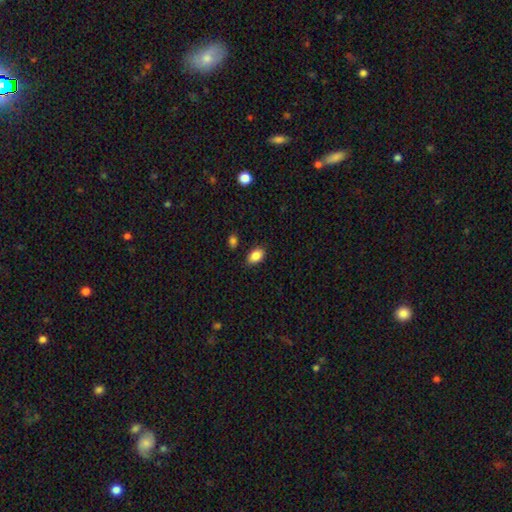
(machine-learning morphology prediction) Smooth or featured?
  - smooth: 87% *
  - star or artifact: 8%
  - featured or disk: 5%
How rounded?
  - in between: 89% *
  - round: 9%
  - cigar-shaped: 2%
Merging?
  - none: 84% *
  - minor disturbance: 11%
  - major disturbance: 3%
  - merger: 2%